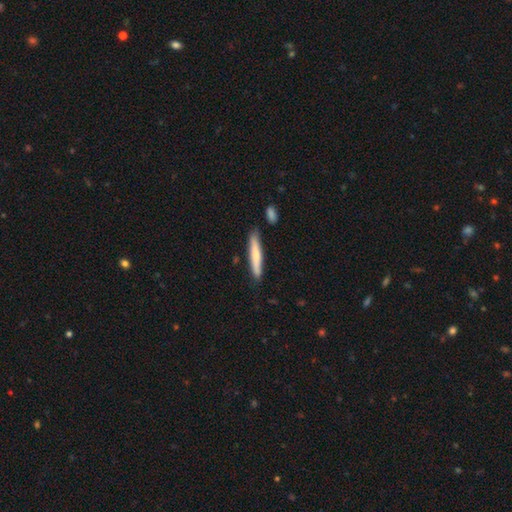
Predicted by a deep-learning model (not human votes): Smooth or featured?
  - smooth: 69% *
  - featured or disk: 26%
  - star or artifact: 5%
How rounded?
  - cigar-shaped: 92% *
  - in between: 6%
  - round: 1%
Merging?
  - none: 81% *
  - minor disturbance: 13%
  - merger: 4%
  - major disturbance: 2%